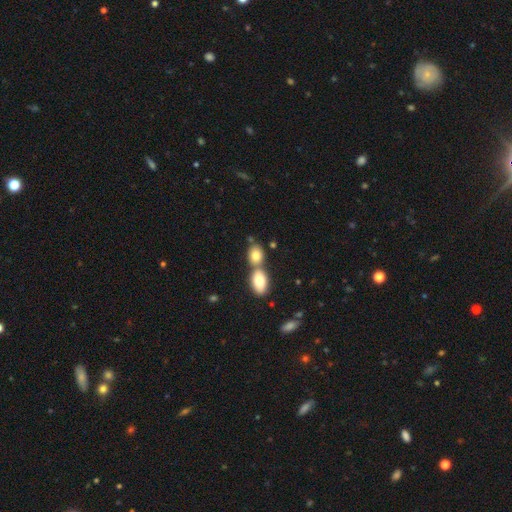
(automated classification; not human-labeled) The model was most divided on "merging": merger: 52%, none: 37%, minor disturbance: 8%, major disturbance: 3%. More confident: smooth or featured — smooth (79%); how rounded — in between (71%).